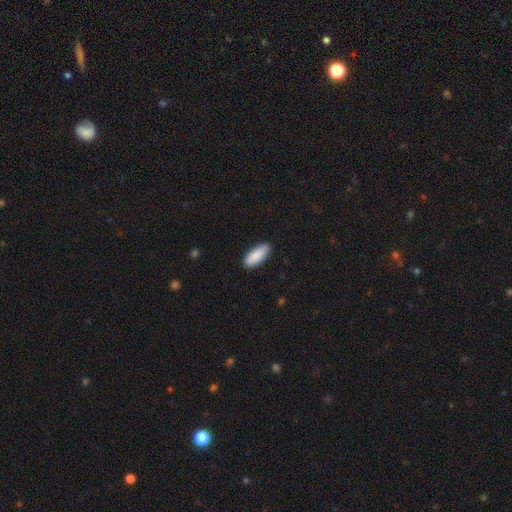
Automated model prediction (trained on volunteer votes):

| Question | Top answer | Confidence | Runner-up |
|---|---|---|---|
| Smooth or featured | smooth | 89% | featured or disk (5%) |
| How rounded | in between | 75% | cigar-shaped (23%) |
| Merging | none | 87% | minor disturbance (10%) |